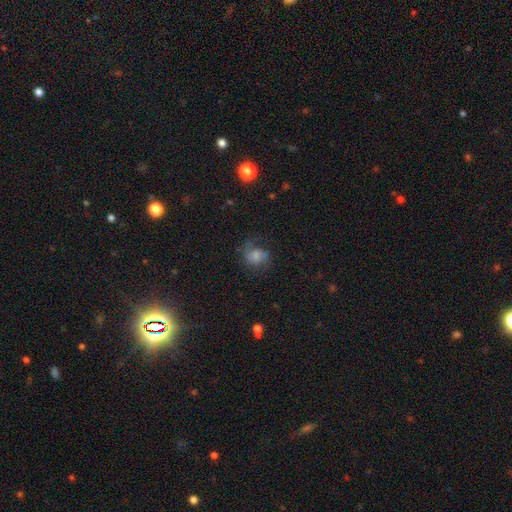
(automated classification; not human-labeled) Smooth or featured: smooth — 48% (featured or disk — 40%)
Merging: none — 44% (major disturbance — 29%)